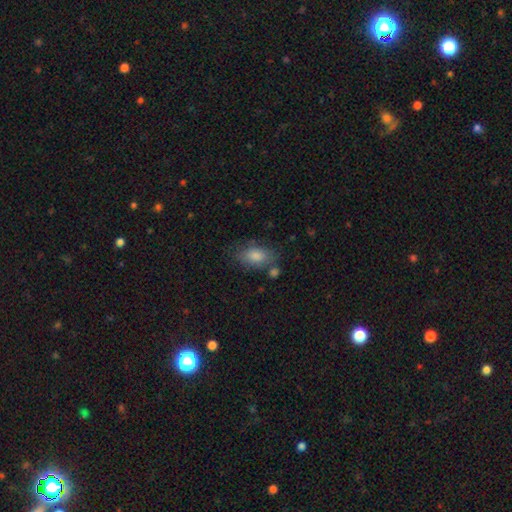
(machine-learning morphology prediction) smooth-or-featured: smooth: 79% | featured or disk: 11% | star or artifact: 10%
  how-rounded: in between: 87% | round: 10% | cigar-shaped: 3%
  merging: none: 70% | minor disturbance: 17% | merger: 7% | major disturbance: 6%